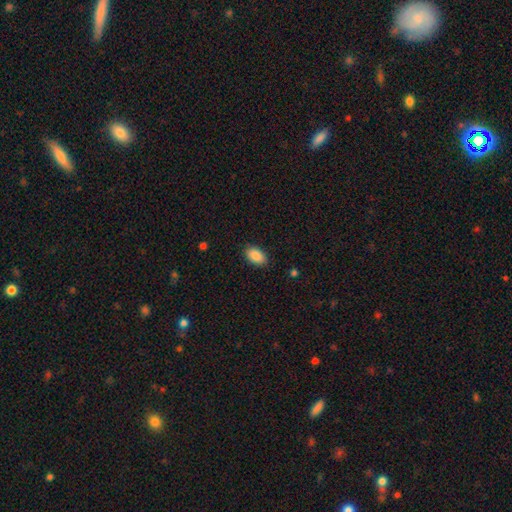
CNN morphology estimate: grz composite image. It shows a smooth galaxy with no disk features (88%) that is in between round and cigar-shaped (93%). Merging: none (86%).